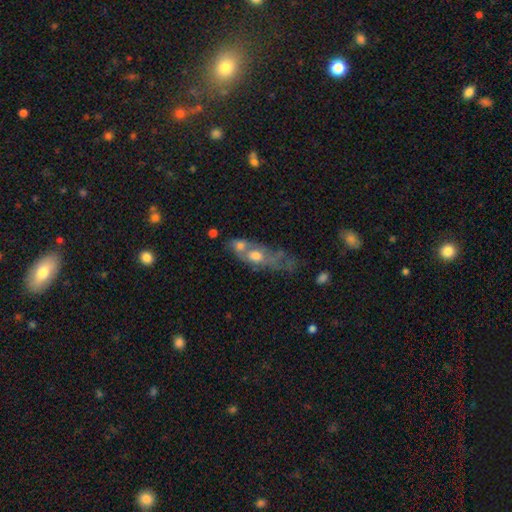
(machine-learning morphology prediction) Q: Smooth or featured?
A: smooth (49%); runner-up: featured or disk (42%)
Q: Merging?
A: merger (49%); runner-up: none (19%)